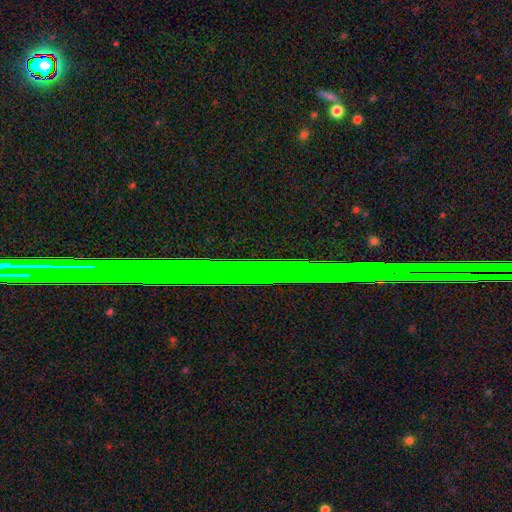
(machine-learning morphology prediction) Smooth or featured? star or artifact (79%)